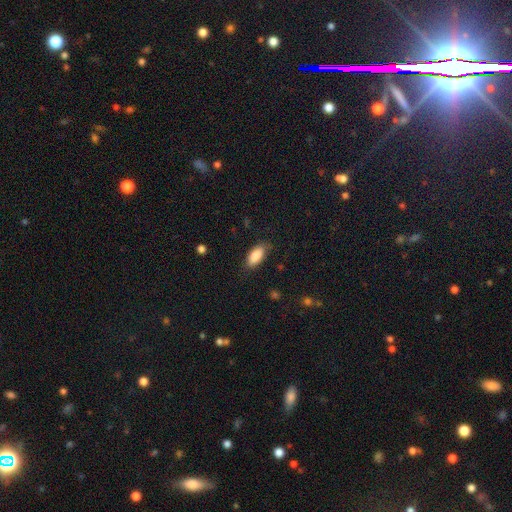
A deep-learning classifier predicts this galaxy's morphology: Smooth or featured? Predicted: smooth (p=0.87). How rounded? Predicted: in between (p=0.89). Merging? Predicted: none (p=0.78).